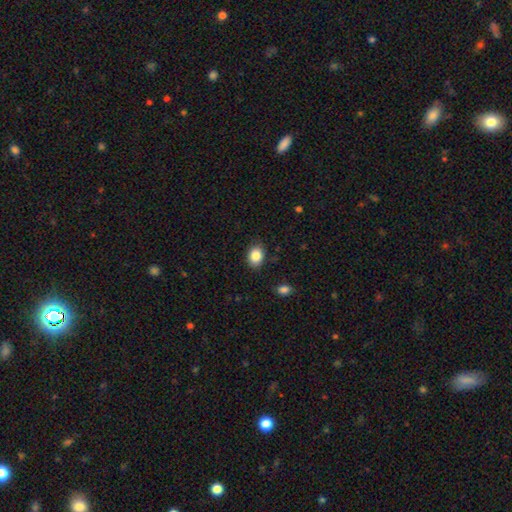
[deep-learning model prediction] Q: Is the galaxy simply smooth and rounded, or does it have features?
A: smooth — 86%.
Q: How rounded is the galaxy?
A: in between — 68%.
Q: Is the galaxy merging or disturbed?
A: none — 86%.